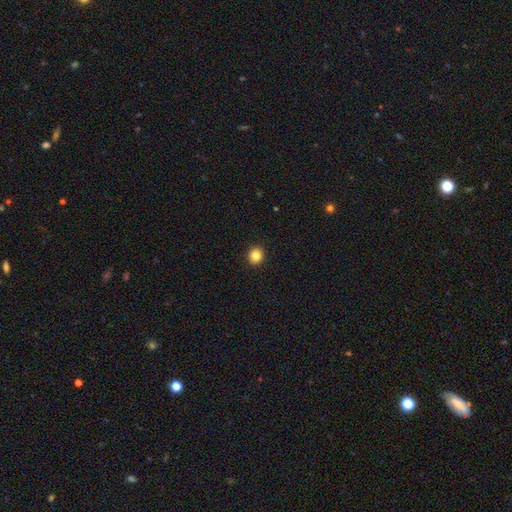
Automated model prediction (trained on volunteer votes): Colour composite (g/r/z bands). It shows a smooth galaxy with no disk features (84%) that is round (82%). Merging: none (93%).